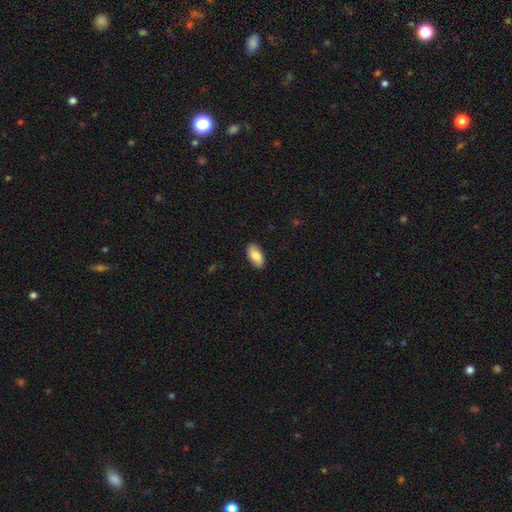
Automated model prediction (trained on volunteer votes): A smooth galaxy with no disk features (80%) that is in between round and cigar-shaped (93%).

Vote fractions:
- Smooth or featured? smooth: 80% / featured or disk: 13% / star or artifact: 6%
- How rounded? in between: 93% / cigar-shaped: 4% / round: 3%
- Merging? none: 87% / minor disturbance: 10% / major disturbance: 2% / merger: 1%